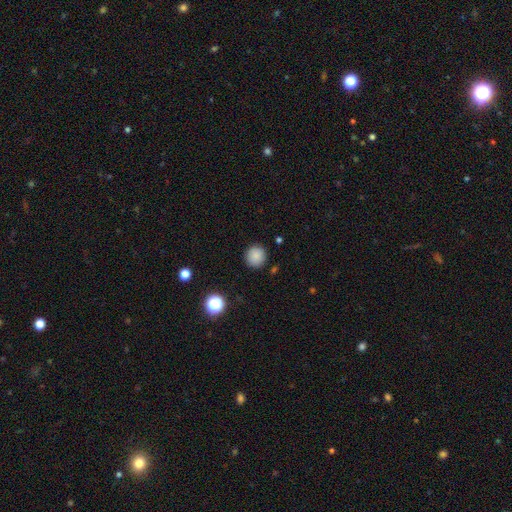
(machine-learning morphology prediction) smooth-or-featured: smooth: 86% | star or artifact: 11% | featured or disk: 4%
  how-rounded: round: 93% | in between: 6% | cigar-shaped: 1%
  merging: none: 90% | minor disturbance: 6% | major disturbance: 2% | merger: 1%